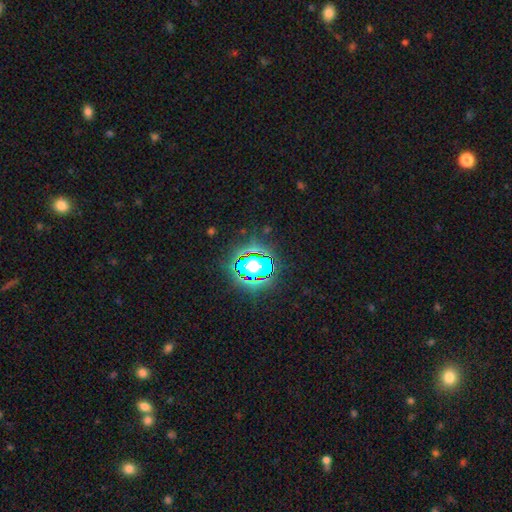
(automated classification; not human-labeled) The model was most divided on "smooth or featured": star or artifact: 78%, smooth: 14%, featured or disk: 9%.